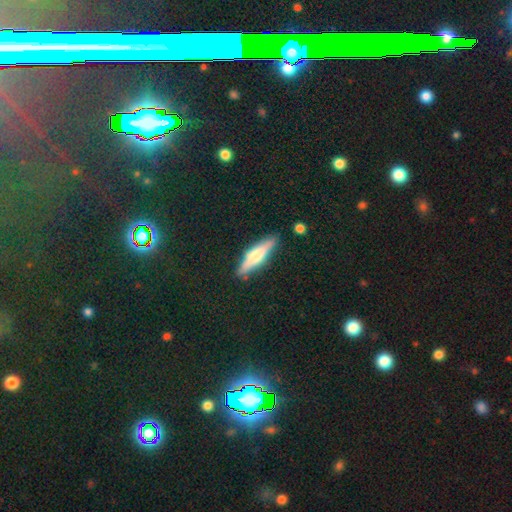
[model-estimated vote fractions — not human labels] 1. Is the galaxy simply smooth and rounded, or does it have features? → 46% smooth (tied), 46% featured or disk (tied), 8% star or artifact.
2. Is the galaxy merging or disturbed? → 85% none, 11% minor disturbance, 2% major disturbance, 2% merger.